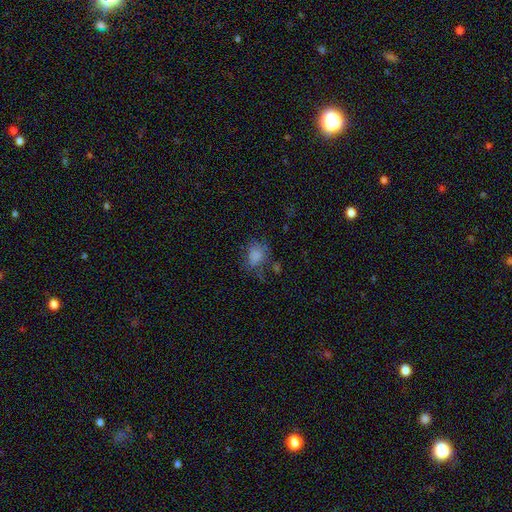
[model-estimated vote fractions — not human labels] This is likely a smooth galaxy (77%). How rounded: possibly in between (59%). Merging: possibly none (52%).